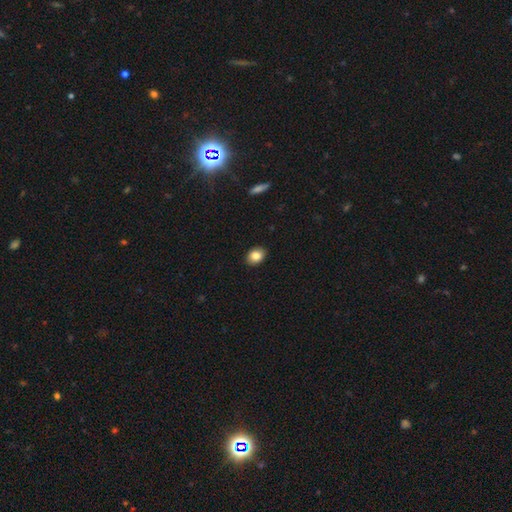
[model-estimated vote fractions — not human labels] Q: Smooth or featured?
A: smooth (84%); runner-up: star or artifact (8%)
Q: How rounded?
A: in between (64%); runner-up: round (35%)
Q: Merging?
A: none (90%); runner-up: minor disturbance (8%)